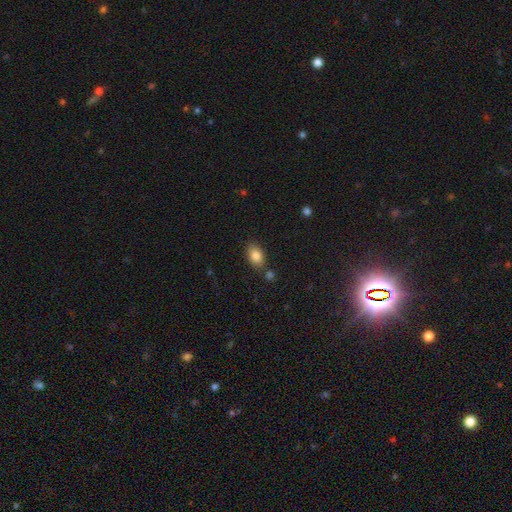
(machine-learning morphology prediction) The model was most divided on "merging": none: 77%, minor disturbance: 12%, merger: 8%, major disturbance: 3%. More confident: how rounded — in between (88%); smooth or featured — smooth (84%).